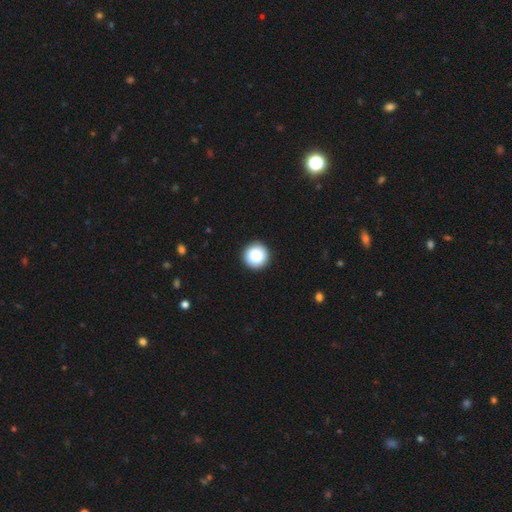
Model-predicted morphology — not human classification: Smooth or featured: smooth — 88% (star or artifact — 8%)
How rounded: round — 97% (in between — 3%)
Merging: none — 93% (minor disturbance — 5%)